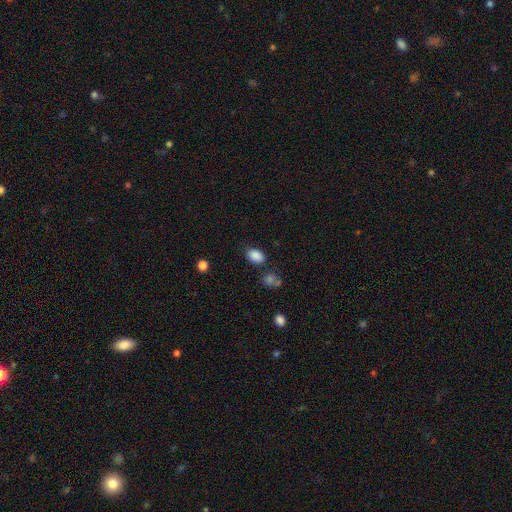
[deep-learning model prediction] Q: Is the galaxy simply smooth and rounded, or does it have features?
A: smooth — 86%.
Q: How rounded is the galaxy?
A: in between — 82%.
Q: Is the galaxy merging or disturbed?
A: none — 75%.